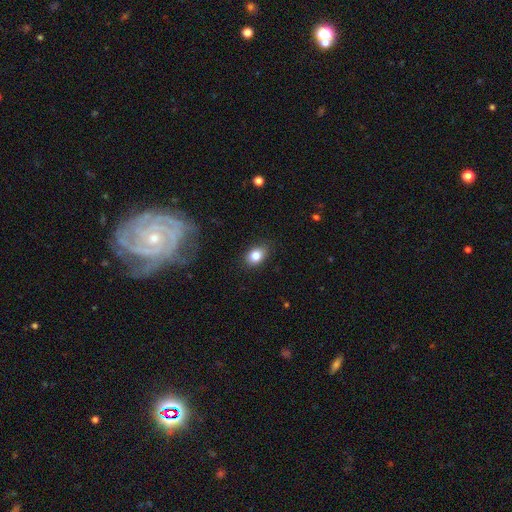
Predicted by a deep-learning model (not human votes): Overall: smooth (82%). How rounded: in between (74%). Merging: none (83%).